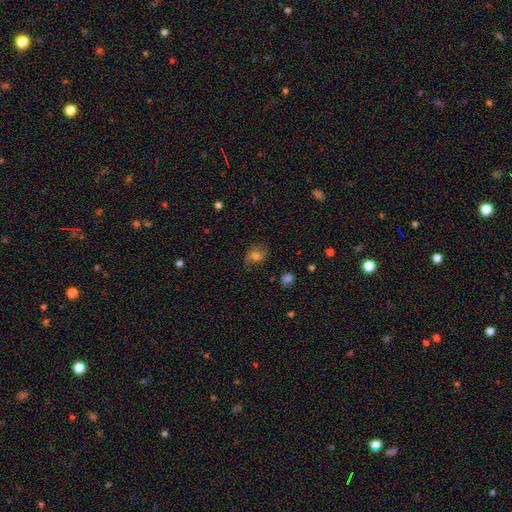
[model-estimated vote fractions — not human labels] The model was most divided on "how rounded": in between: 61%, round: 37%, cigar-shaped: 2%. More confident: smooth or featured — smooth (65%); merging — none (58%).